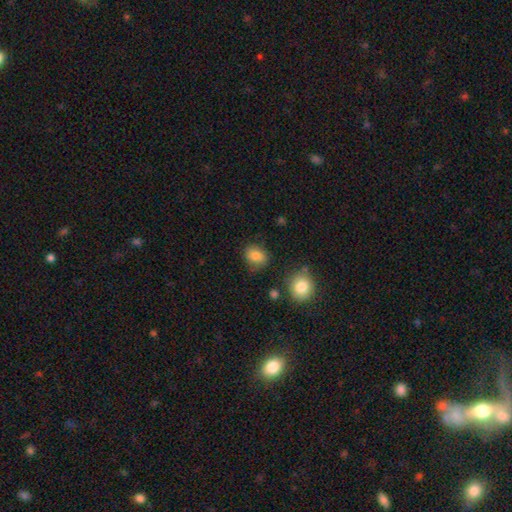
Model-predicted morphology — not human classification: Overall: smooth (85%). How rounded: in between (53%; round 46%). Merging: none (73%).